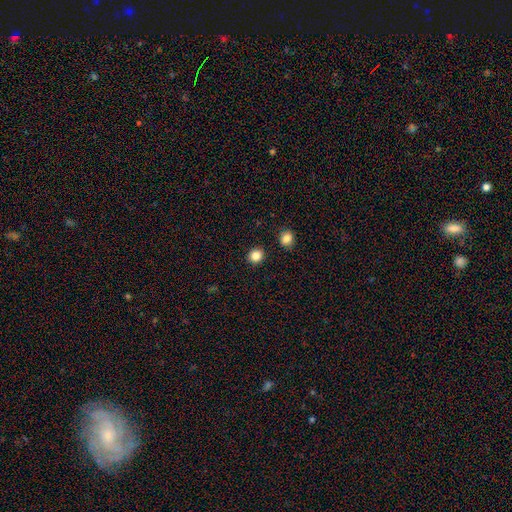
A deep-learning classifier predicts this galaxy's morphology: A smooth galaxy with no disk features (86%) that is round (84%). Merging: none (90%).